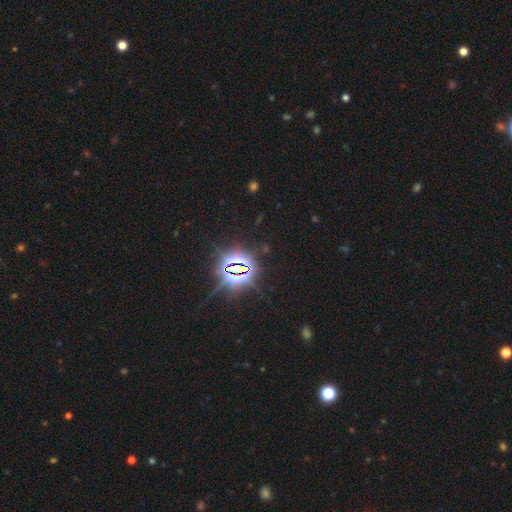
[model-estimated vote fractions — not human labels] A star or artifact, not a galaxy (84%).

Vote fractions:
- Smooth or featured? star or artifact: 84% / smooth: 9% / featured or disk: 7%